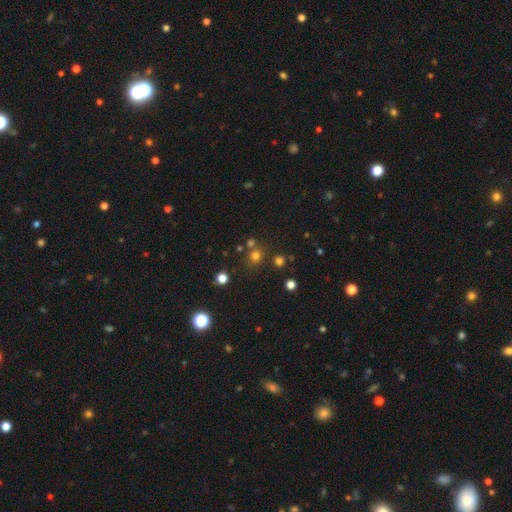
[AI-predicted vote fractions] A smooth galaxy with no disk features (70%) that is round (89%). Merging: none (73%).